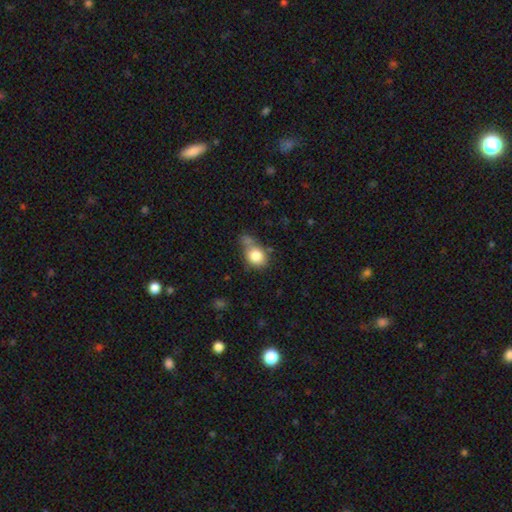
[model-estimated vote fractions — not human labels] Smooth or featured?
  - smooth: 80% *
  - featured or disk: 11%
  - star or artifact: 9%
How rounded?
  - round: 53% *
  - in between: 45%
  - cigar-shaped: 1%
Merging?
  - none: 39% *
  - minor disturbance: 26%
  - merger: 23%
  - major disturbance: 12%